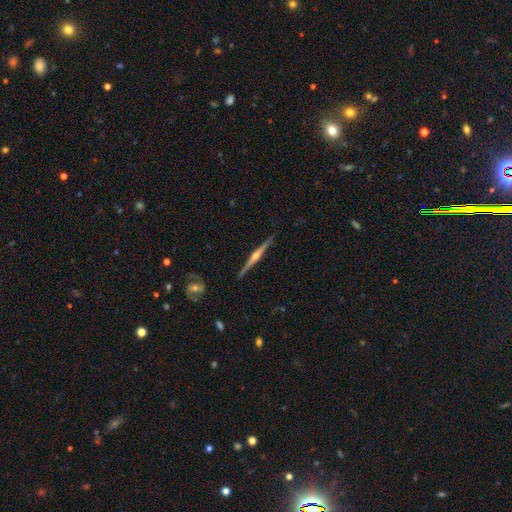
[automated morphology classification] Smooth or featured? Predicted: featured or disk (p=0.84). Edge-on disk? Predicted: yes (p=0.98). Edge-on bulge? Predicted: rounded (p=0.87). Merging? Predicted: none (p=0.90).